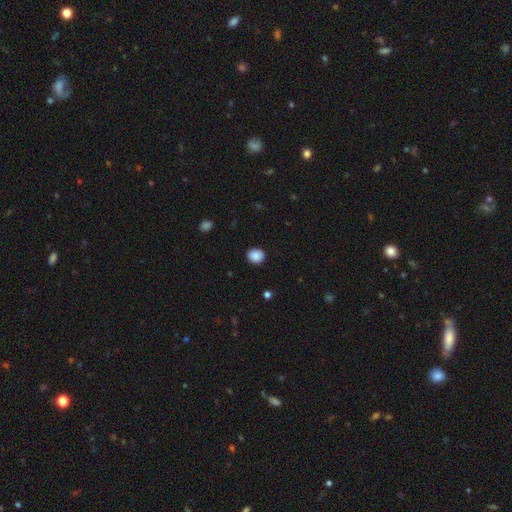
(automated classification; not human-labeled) This appears to be a smooth galaxy with no disk features (88%) that is round (74%). Merging: none (89%).